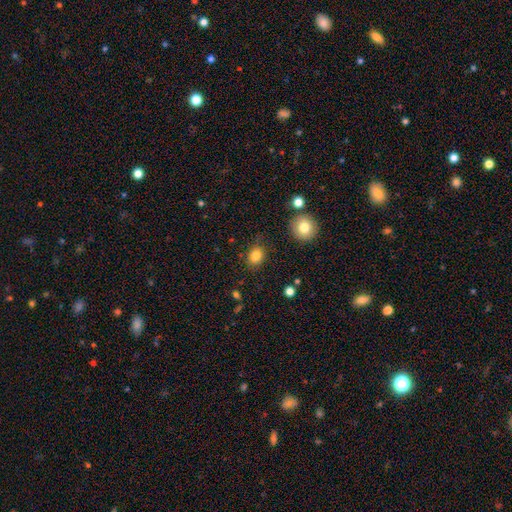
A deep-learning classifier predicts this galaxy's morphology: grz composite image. It shows a smooth galaxy with no disk features (83%) that is round (52%). Merging: none (82%).